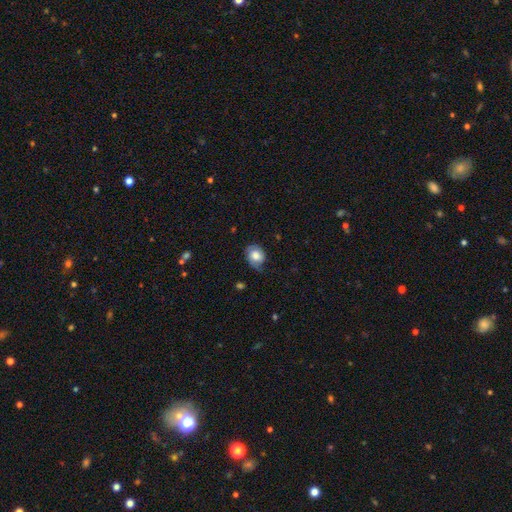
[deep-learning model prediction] Morphology: type=smooth (55%); roundness=round (52%); merging=none (55%).